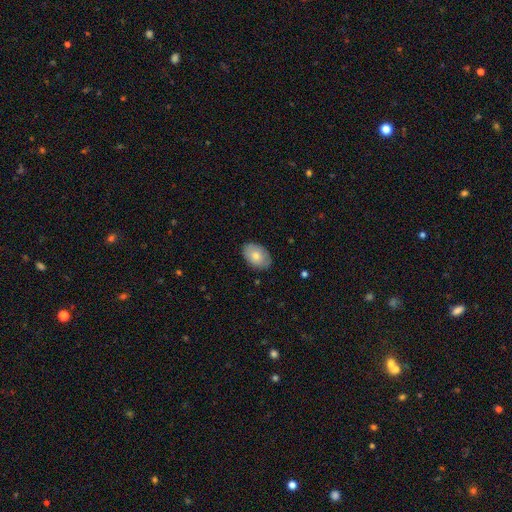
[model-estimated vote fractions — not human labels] A smooth galaxy with no disk features (72%) that is in between round and cigar-shaped (85%).

Vote fractions:
- Smooth or featured? smooth: 72% / featured or disk: 21% / star or artifact: 7%
- How rounded? in between: 85% / round: 14% / cigar-shaped: 1%
- Merging? none: 86% / minor disturbance: 11% / major disturbance: 2% / merger: 1%